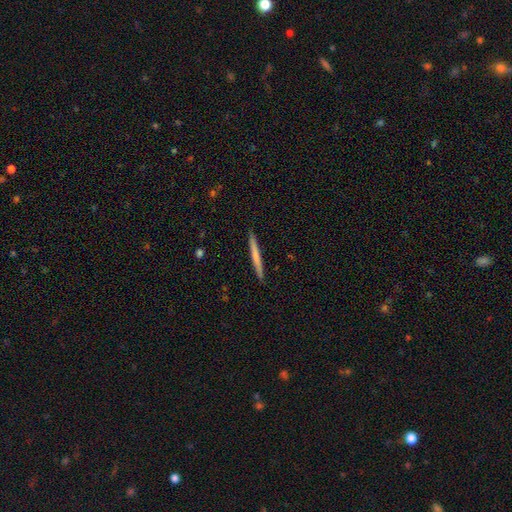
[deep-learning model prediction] This is possibly a smooth galaxy (60%). How rounded: clearly cigar-shaped (97%). Merging: clearly none (91%).